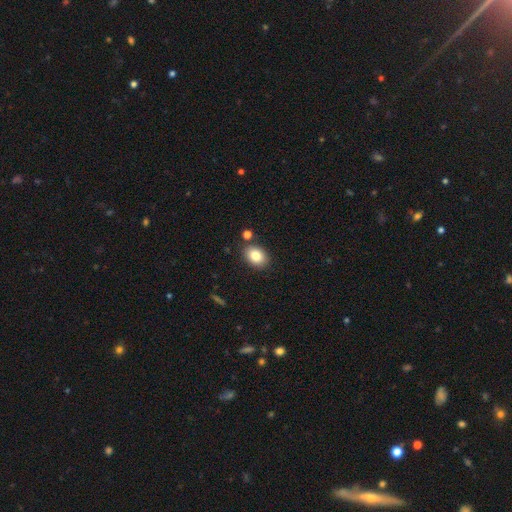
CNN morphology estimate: This appears to be a smooth galaxy with no disk features (83%) that is in between round and cigar-shaped (72%). Merging: none (82%).